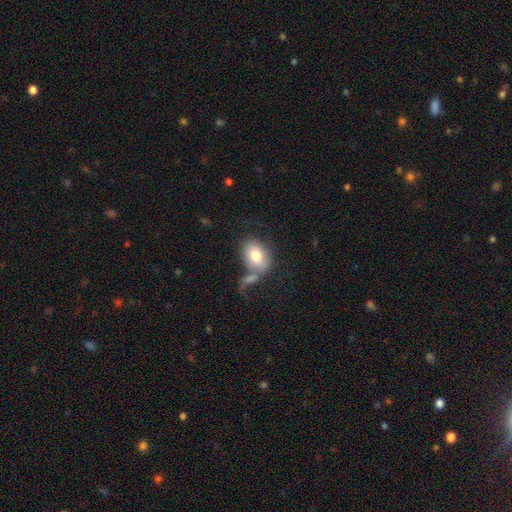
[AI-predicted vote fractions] Smooth or featured? Predicted: smooth (p=0.77). How rounded? Predicted: in between (p=0.80). Merging? Predicted: none (p=0.41).